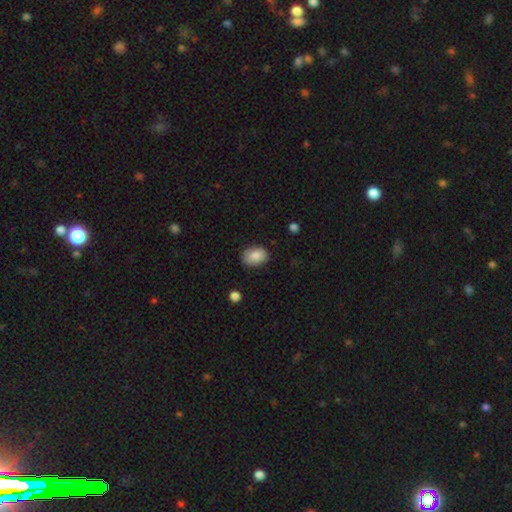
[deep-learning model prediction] Smooth or featured: smooth — 85% (featured or disk — 8%)
How rounded: in between — 79% (round — 20%)
Merging: none — 82% (minor disturbance — 14%)